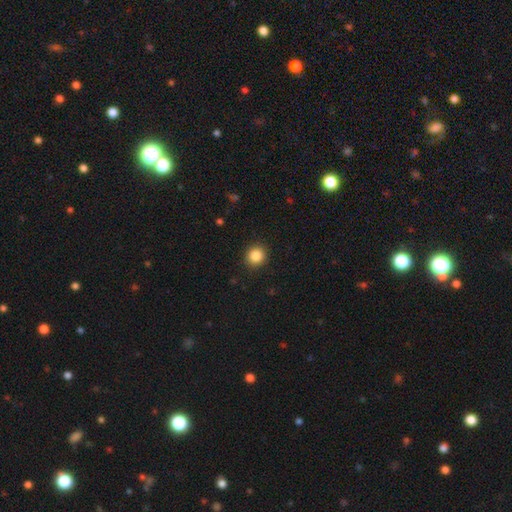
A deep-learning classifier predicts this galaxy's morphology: This is clearly a smooth galaxy (85%). How rounded: clearly round (89%). Merging: clearly none (91%).